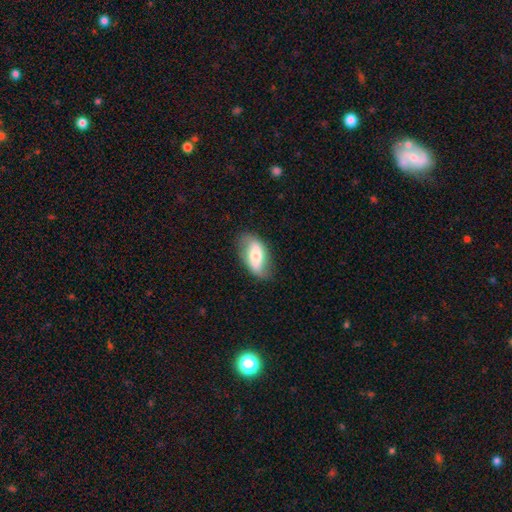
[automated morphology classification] This appears to be a smooth galaxy with no disk features (55%) that is in between round and cigar-shaped (90%). Merging: none (71%).